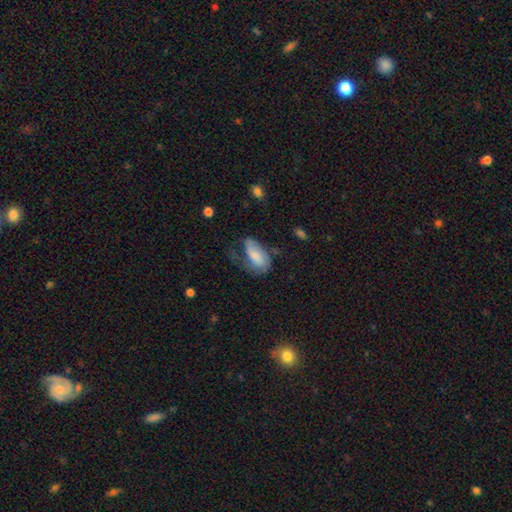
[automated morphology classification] Smooth or featured: smooth — 58% (featured or disk — 35%)
How rounded: in between — 90% (cigar-shaped — 5%)
Merging: major disturbance — 34% (tied with none — 34%)